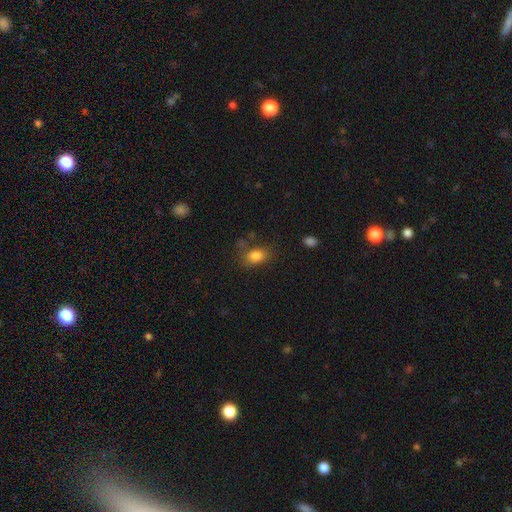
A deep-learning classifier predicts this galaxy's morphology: Overall: smooth (84%). How rounded: in between (81%). Merging: none (69%).